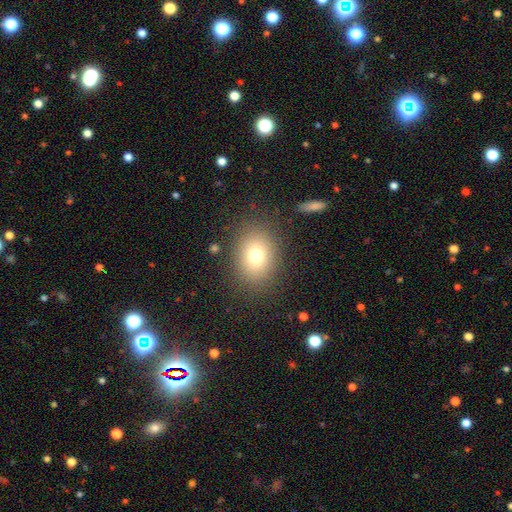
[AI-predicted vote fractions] Overall: smooth (74%). How rounded: in between (55%; round 44%). Merging: none (85%).